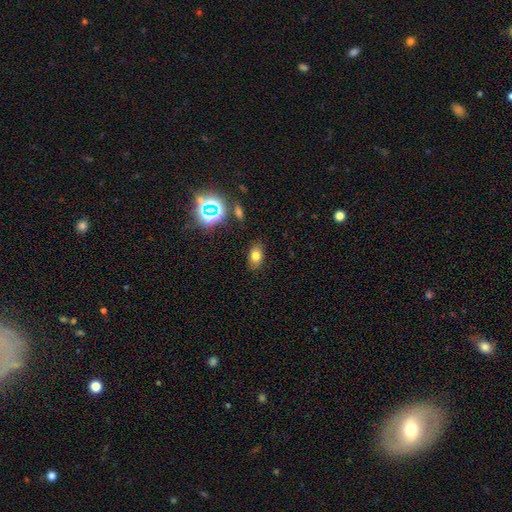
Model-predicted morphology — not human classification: Smooth or featured? Predicted: smooth (p=0.72). How rounded? Predicted: in between (p=0.82). Merging? Predicted: none (p=0.84).